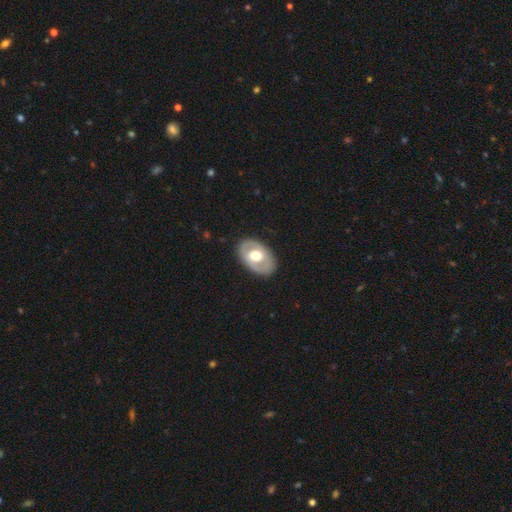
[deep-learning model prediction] smooth-or-featured: featured or disk: 55% | smooth: 40% | star or artifact: 5%
  disk-edge-on: no: 92% | yes: 8%
    bar: no: 64% | weak: 25% | strong: 10%
    has-spiral-arms: no: 75% | yes: 25%
    bulge-size: moderate: 62% | large: 31% | small: 4% | dominant: 2% | none: 1%
  merging: none: 84% | minor disturbance: 11% | major disturbance: 4% | merger: 1%